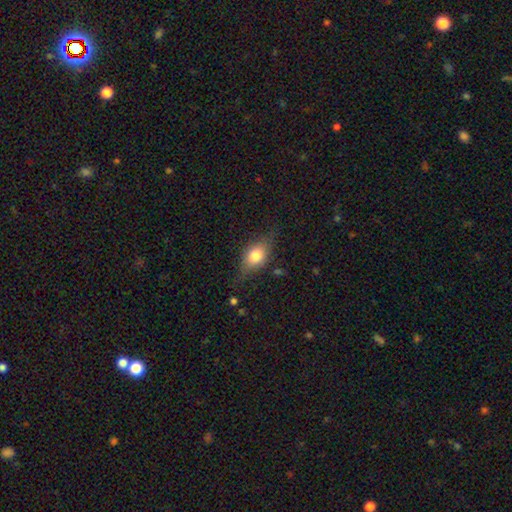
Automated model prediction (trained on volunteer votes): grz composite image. It shows a smooth galaxy with no disk features (64%) that is in between round and cigar-shaped (68%). Merging: none (66%).